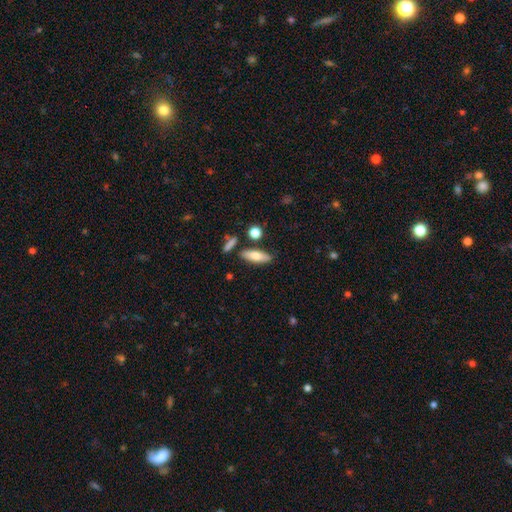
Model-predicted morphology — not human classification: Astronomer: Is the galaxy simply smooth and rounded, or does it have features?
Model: smooth — 69%.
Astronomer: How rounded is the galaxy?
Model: in between — 57% (runner-up: cigar-shaped, 39%).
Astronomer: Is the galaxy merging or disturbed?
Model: none — 80%.